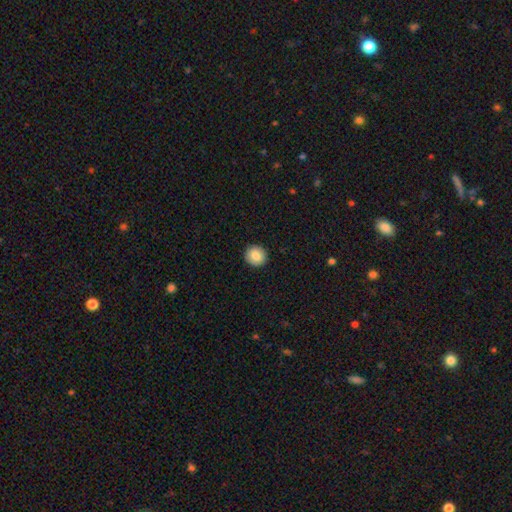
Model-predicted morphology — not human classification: smooth-or-featured: smooth: 87% | star or artifact: 8% | featured or disk: 5%
  how-rounded: round: 92% | in between: 7% | cigar-shaped: 1%
  merging: none: 93% | minor disturbance: 5% | major disturbance: 2% | merger: 1%